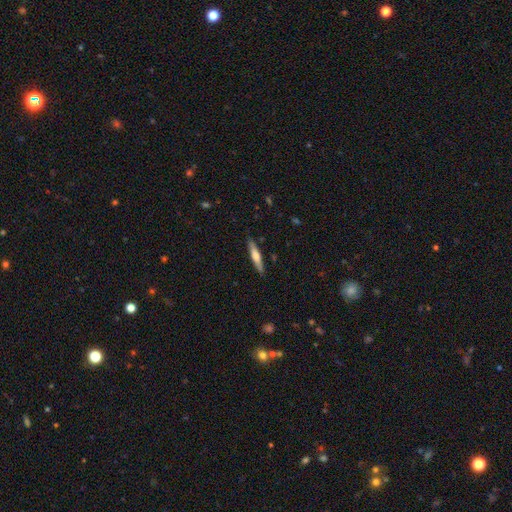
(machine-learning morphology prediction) Smooth or featured?
  - smooth: 48% *
  - featured or disk: 46%
  - star or artifact: 6%
Merging?
  - none: 88% *
  - minor disturbance: 9%
  - major disturbance: 2%
  - merger: 1%